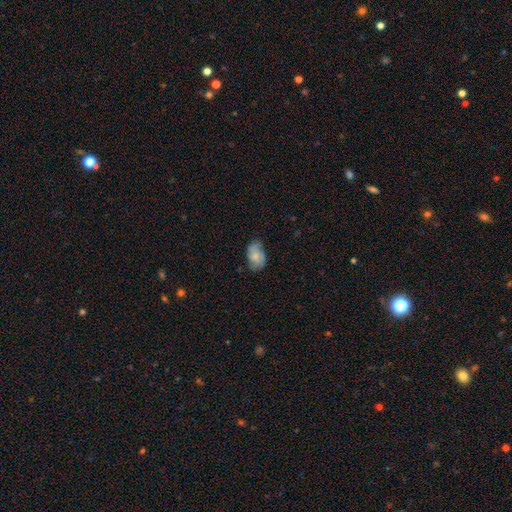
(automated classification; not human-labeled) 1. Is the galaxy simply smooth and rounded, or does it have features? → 67% smooth, 26% featured or disk, 7% star or artifact.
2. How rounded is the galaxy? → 87% in between, 12% round, 1% cigar-shaped.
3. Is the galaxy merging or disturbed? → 60% none, 31% minor disturbance, 8% major disturbance, 1% merger.